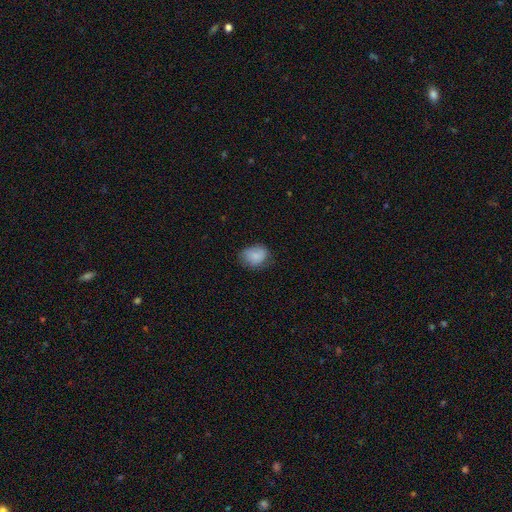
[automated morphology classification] smooth_or_featured: smooth (p=0.83) [alt: featured or disk p=0.09]
how_rounded: in between (p=0.58) [alt: round p=0.41]
merging: none (p=0.63) [alt: minor disturbance p=0.28]